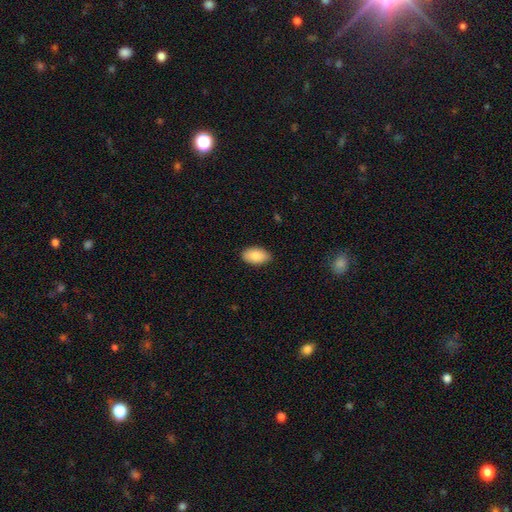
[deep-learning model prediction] smooth-or-featured: smooth: 86% | featured or disk: 7% | star or artifact: 6%
  how-rounded: in between: 94% | round: 4% | cigar-shaped: 2%
  merging: none: 86% | minor disturbance: 11% | major disturbance: 2% | merger: 1%